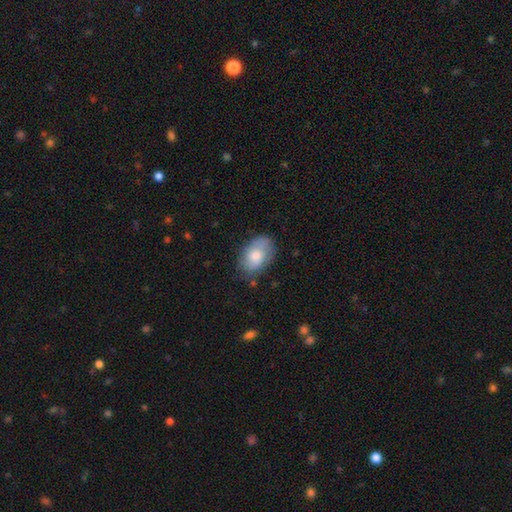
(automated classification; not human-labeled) Smooth or featured? Predicted: smooth (p=0.72). How rounded? Predicted: in between (p=0.87). Merging? Predicted: none (p=0.69).